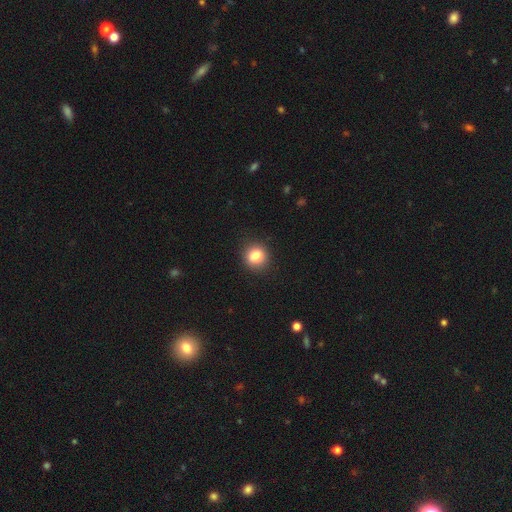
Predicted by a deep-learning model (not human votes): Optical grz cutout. It shows a smooth galaxy with no disk features (83%) that is round (79%). Merging: none (88%).